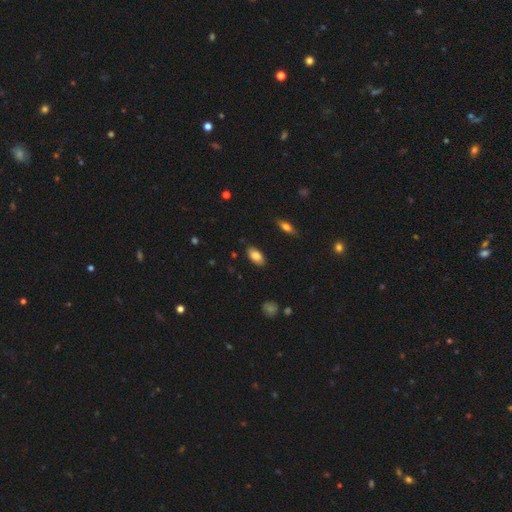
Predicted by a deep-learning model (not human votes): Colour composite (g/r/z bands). It shows a smooth galaxy with no disk features (83%) that is in between round and cigar-shaped (92%). Merging: none (86%).